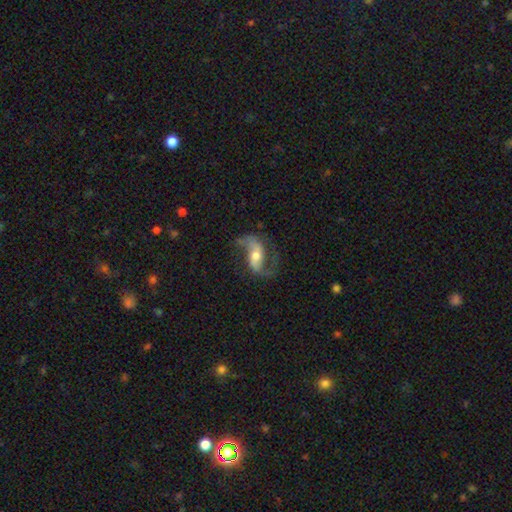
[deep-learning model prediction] Smooth or featured: featured or disk — 84% (smooth — 10%)
Edge-on disk: no — 95% (yes — 5%)
Bar: weak — 39% (strong — 33%)
Spiral arms: yes — 95% (no — 5%)
Spiral winding: loose — 65% (medium — 29%)
Spiral arm count: 2 — 92% (1 — 3%)
Bulge size: moderate — 61% (small — 27%)
Merging: none — 69% (minor disturbance — 16%)